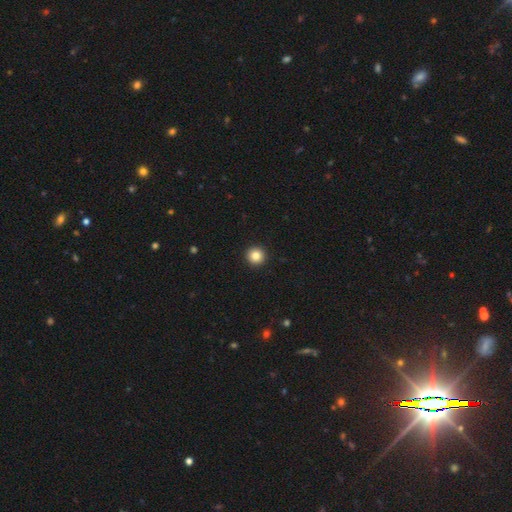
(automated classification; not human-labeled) smooth 84%, star or artifact 10%, featured or disk 5%. Down the decision tree: how rounded — round (96%); merging — none (94%).